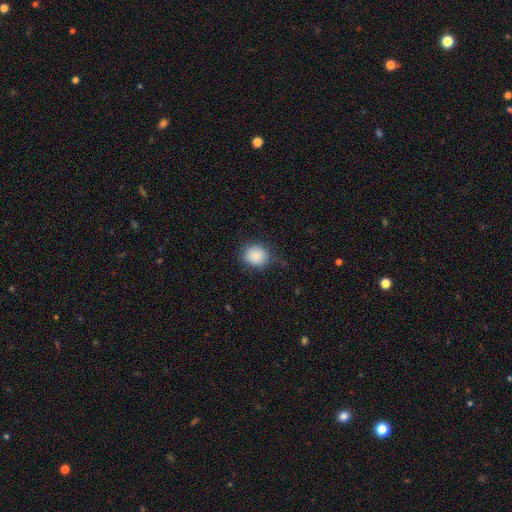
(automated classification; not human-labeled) Q: Smooth or featured?
A: smooth (88%); runner-up: star or artifact (8%)
Q: How rounded?
A: round (76%); runner-up: in between (23%)
Q: Merging?
A: none (82%); runner-up: minor disturbance (13%)